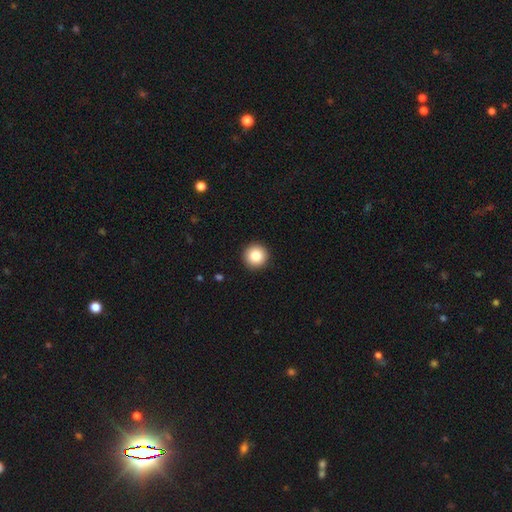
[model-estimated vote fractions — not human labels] The model was most divided on "smooth or featured": smooth: 84%, star or artifact: 9%, featured or disk: 7%. More confident: how rounded — round (96%); merging — none (93%).